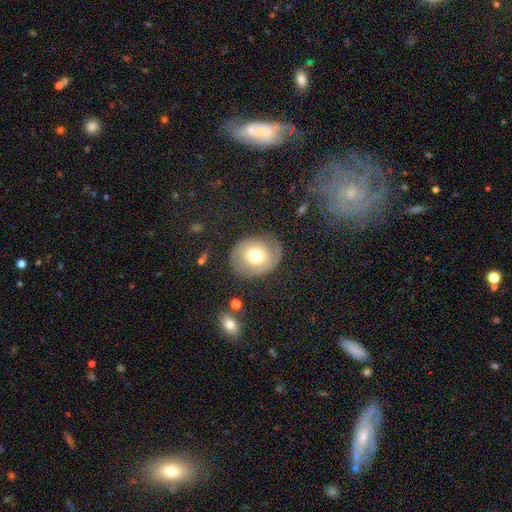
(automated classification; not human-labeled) A smooth galaxy with no disk features (62%) that is round (59%). Merging: none (75%).